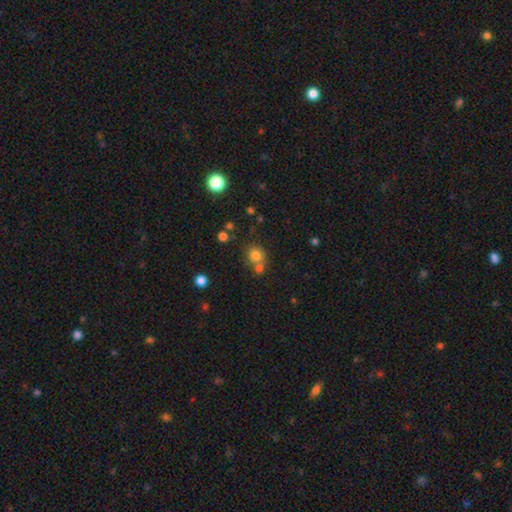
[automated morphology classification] type=smooth (76%); roundness=round (81%); merging=none (51%).